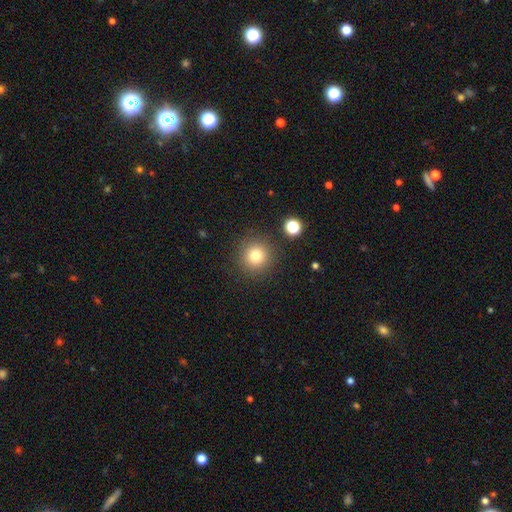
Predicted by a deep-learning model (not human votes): A smooth galaxy with no disk features (78%) that is round (95%).

Vote fractions:
- Smooth or featured? smooth: 78% / star or artifact: 13% / featured or disk: 8%
- How rounded? round: 95% / in between: 5% / cigar-shaped: 1%
- Merging? none: 88% / minor disturbance: 7% / major disturbance: 3% / merger: 3%